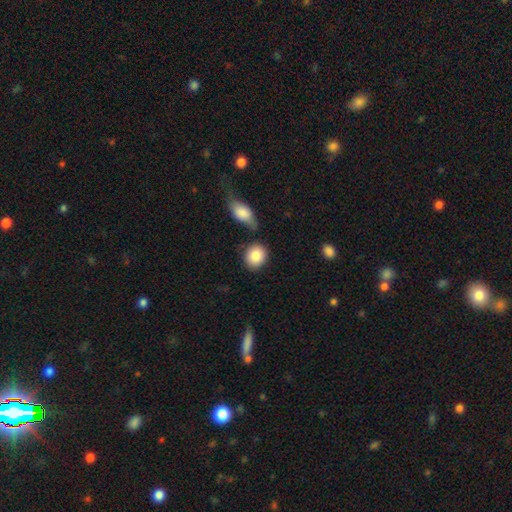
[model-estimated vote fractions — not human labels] A smooth galaxy with no disk features (86%) that is round (61%).

Vote fractions:
- Smooth or featured? smooth: 86% / featured or disk: 7% / star or artifact: 7%
- How rounded? round: 61% / in between: 38% / cigar-shaped: 1%
- Merging? none: 72% / minor disturbance: 13% / merger: 12% / major disturbance: 4%